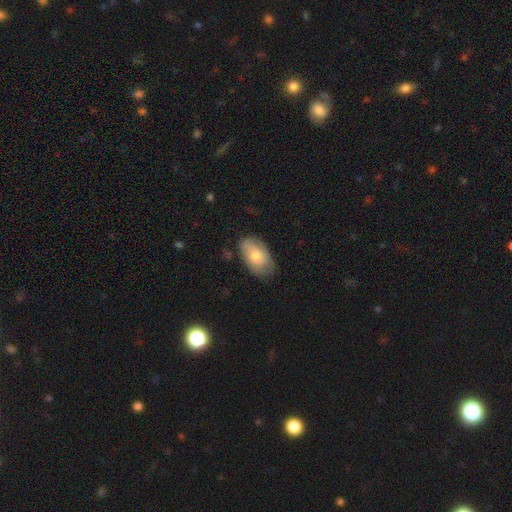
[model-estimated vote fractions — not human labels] Morphology: type=smooth (68%); roundness=in between (92%); merging=none (70%).